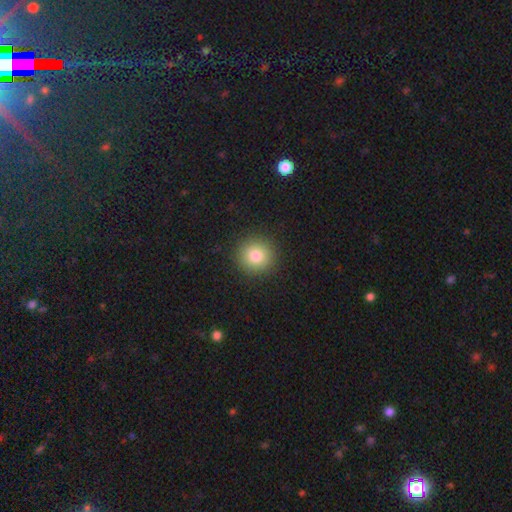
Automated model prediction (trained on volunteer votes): A smooth galaxy with no disk features (80%) that is round (93%). Merging: none (91%).